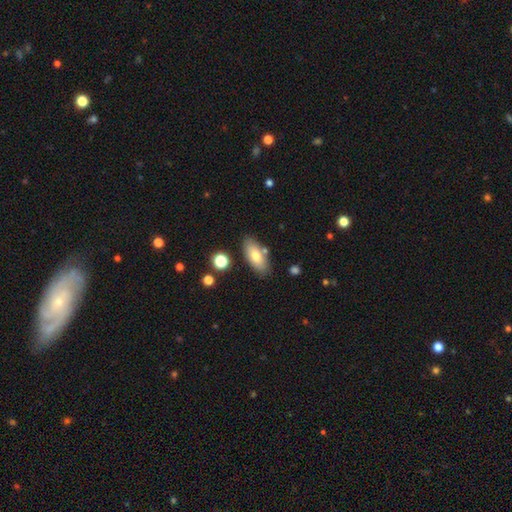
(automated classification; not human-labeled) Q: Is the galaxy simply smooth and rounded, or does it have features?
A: smooth — 75%.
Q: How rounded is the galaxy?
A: in between — 86%.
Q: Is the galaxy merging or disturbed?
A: none — 79%.